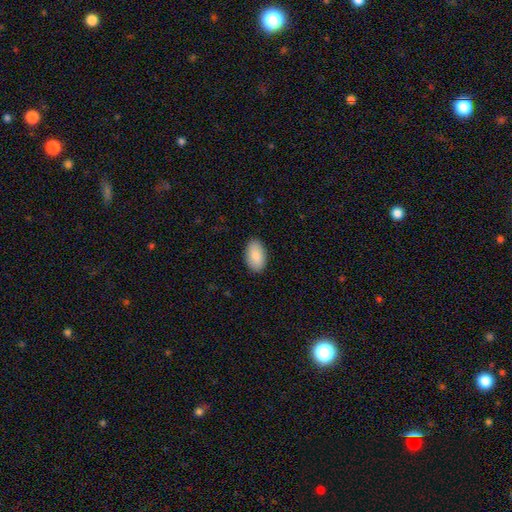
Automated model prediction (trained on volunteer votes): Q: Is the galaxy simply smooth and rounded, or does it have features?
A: smooth — 87%.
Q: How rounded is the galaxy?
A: in between — 95%.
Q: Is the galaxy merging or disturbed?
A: none — 89%.